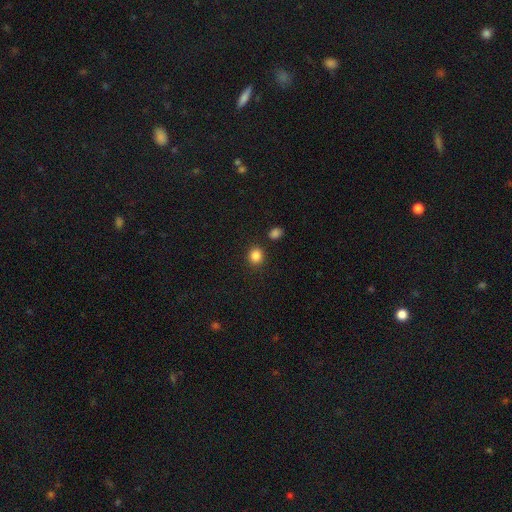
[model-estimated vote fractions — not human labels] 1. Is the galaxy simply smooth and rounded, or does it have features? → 85% smooth, 11% star or artifact, 4% featured or disk.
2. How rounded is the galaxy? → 79% round, 20% in between, 1% cigar-shaped.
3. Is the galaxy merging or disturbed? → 85% none, 8% minor disturbance, 5% merger, 3% major disturbance.